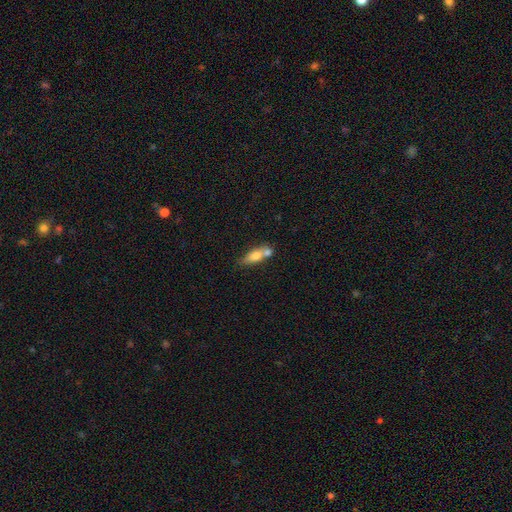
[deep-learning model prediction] A smooth galaxy with no disk features (69%) that is in between round and cigar-shaped (66%).

Vote fractions:
- Smooth or featured? smooth: 69% / featured or disk: 24% / star or artifact: 8%
- How rounded? in between: 66% / cigar-shaped: 27% / round: 7%
- Merging? merger: 47% / none: 36% / minor disturbance: 12% / major disturbance: 5%